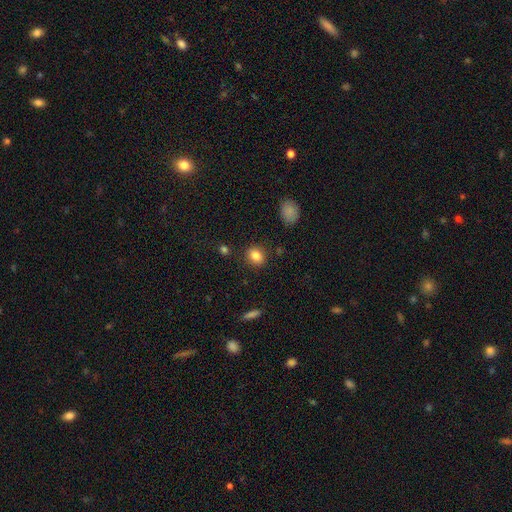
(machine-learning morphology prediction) Smooth or featured: smooth — 84% (star or artifact — 10%)
How rounded: round — 57% (in between — 42%)
Merging: none — 86% (minor disturbance — 9%)